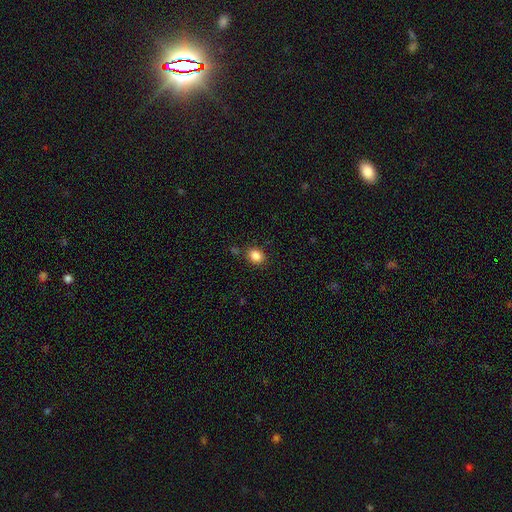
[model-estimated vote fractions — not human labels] This appears to be a smooth galaxy with no disk features (86%) that is round (51%). Merging: none (82%).